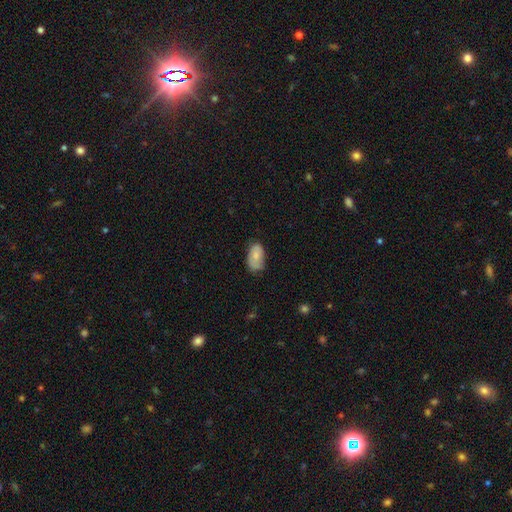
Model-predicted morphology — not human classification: smooth 75%, featured or disk 18%, star or artifact 7%. Down the decision tree: how rounded — in between (93%); merging — none (63%).